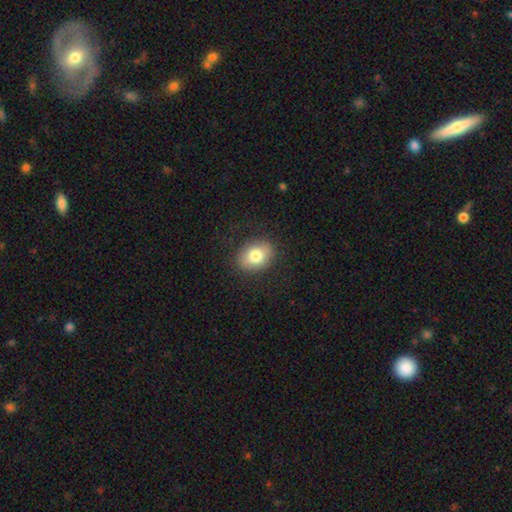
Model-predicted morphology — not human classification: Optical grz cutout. It shows a smooth galaxy with no disk features (79%) that is in between round and cigar-shaped (61%). Merging: none (85%).